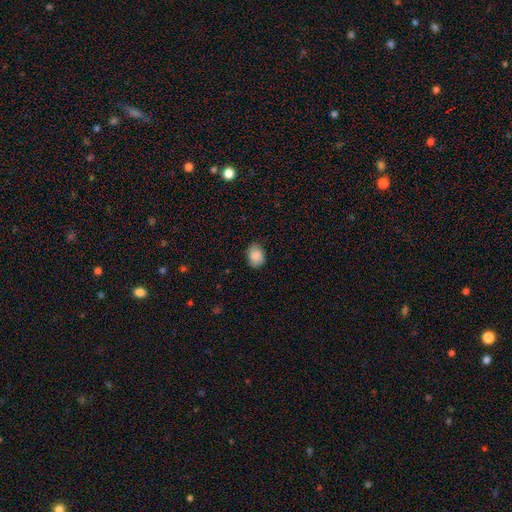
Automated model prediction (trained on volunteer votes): This appears to be a smooth galaxy with no disk features (85%) that is in between round and cigar-shaped (55%). Merging: none (78%).